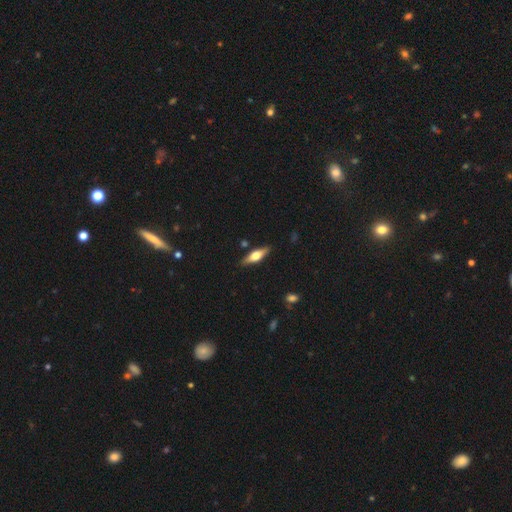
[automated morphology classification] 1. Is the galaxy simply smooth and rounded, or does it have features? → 54% featured or disk, 40% smooth, 6% star or artifact.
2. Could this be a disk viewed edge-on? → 93% yes, 7% no.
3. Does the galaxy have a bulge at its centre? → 92% rounded, 6% boxy, 2% none.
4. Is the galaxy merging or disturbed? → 86% none, 10% minor disturbance, 2% major disturbance, 2% merger.